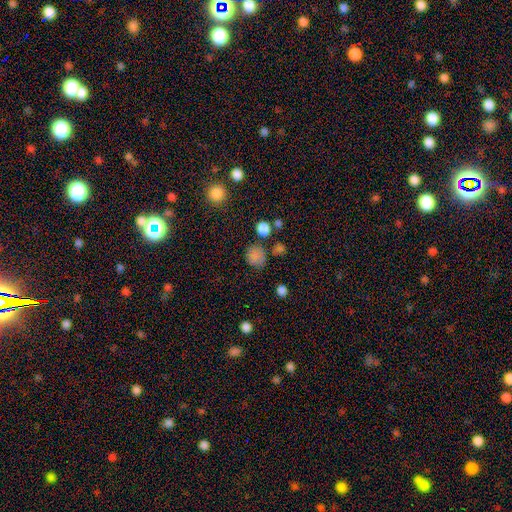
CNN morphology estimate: smooth-or-featured: smooth: 78% | star or artifact: 16% | featured or disk: 6%
  how-rounded: round: 81% | in between: 18% | cigar-shaped: 1%
  merging: none: 69% | minor disturbance: 17% | merger: 7% | major disturbance: 6%